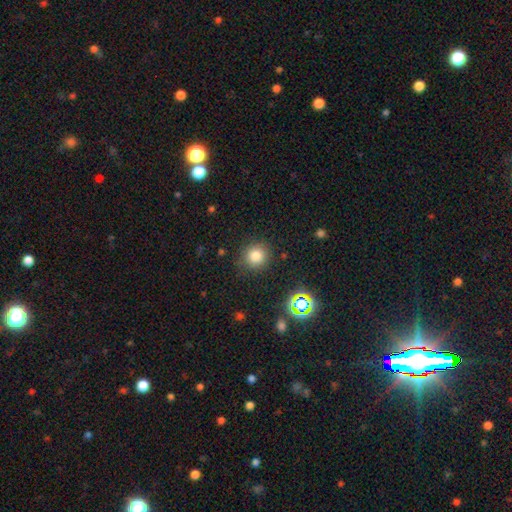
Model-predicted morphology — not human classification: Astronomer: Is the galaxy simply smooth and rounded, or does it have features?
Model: smooth — 79%.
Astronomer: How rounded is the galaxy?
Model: round — 88%.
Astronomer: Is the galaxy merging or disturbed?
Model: none — 85%.